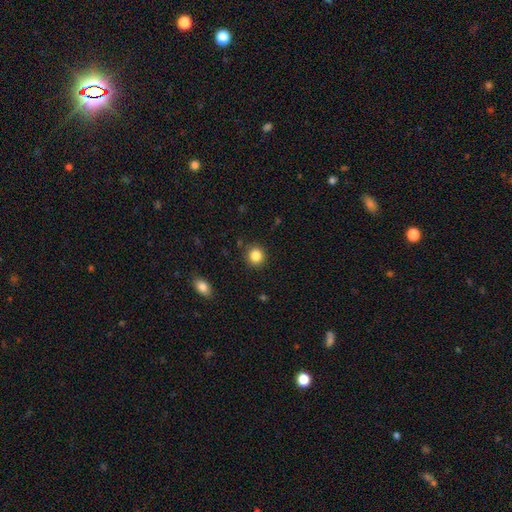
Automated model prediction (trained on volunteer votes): The model was most divided on "smooth or featured": smooth: 85%, star or artifact: 10%, featured or disk: 4%. More confident: how rounded — round (89%); merging — none (88%).